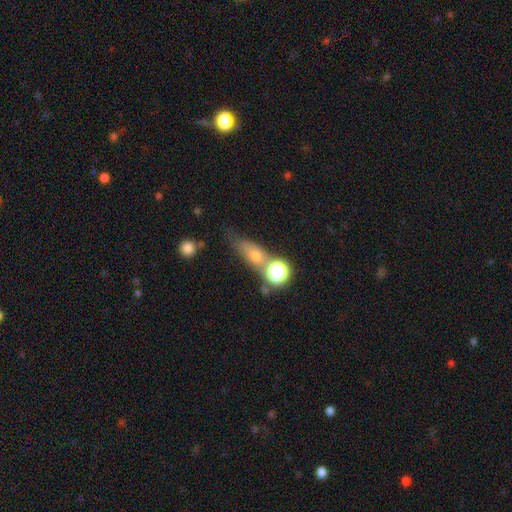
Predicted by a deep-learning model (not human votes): The model was most divided on "how rounded": in between: 49%, cigar-shaped: 26%, round: 25%. Remaining: smooth or featured — smooth (58%); merging — none (47%).